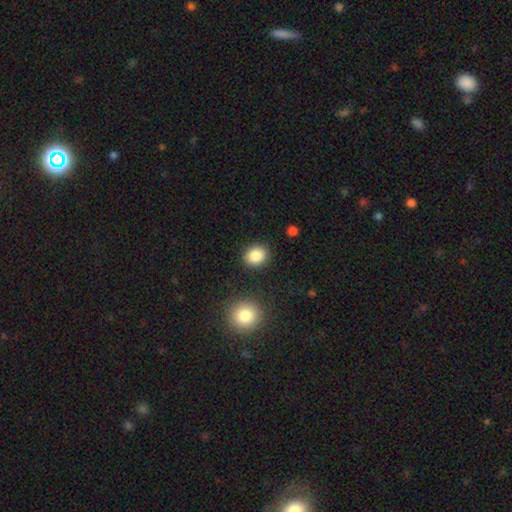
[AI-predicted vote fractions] smooth_or_featured: smooth (p=0.87) [alt: star or artifact p=0.09]
how_rounded: round (p=0.66) [alt: in between p=0.33]
merging: none (p=0.88) [alt: minor disturbance p=0.07]